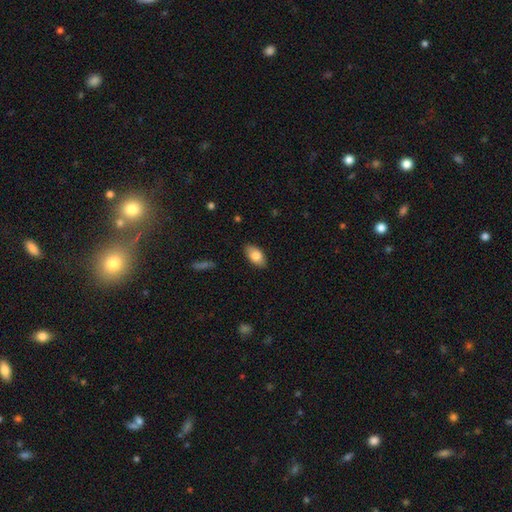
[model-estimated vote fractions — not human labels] Smooth or featured: smooth — 81% (featured or disk — 12%)
How rounded: in between — 93% (round — 3%)
Merging: none — 87% (minor disturbance — 10%)